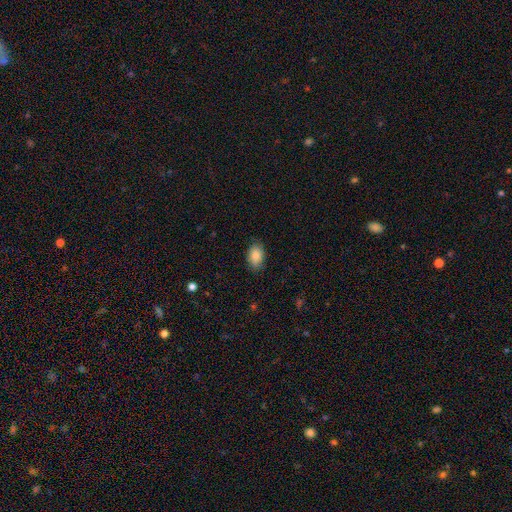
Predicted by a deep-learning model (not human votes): Smooth or featured: smooth — 85% (star or artifact — 7%)
How rounded: in between — 88% (round — 11%)
Merging: none — 81% (minor disturbance — 15%)